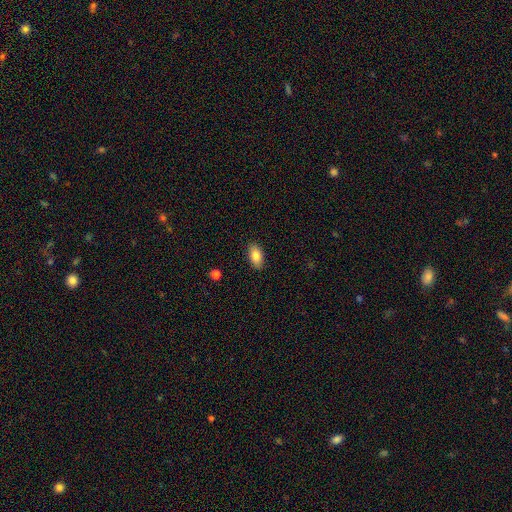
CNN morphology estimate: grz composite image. It shows a smooth galaxy with no disk features (84%) that is in between round and cigar-shaped (92%). Merging: none (89%).